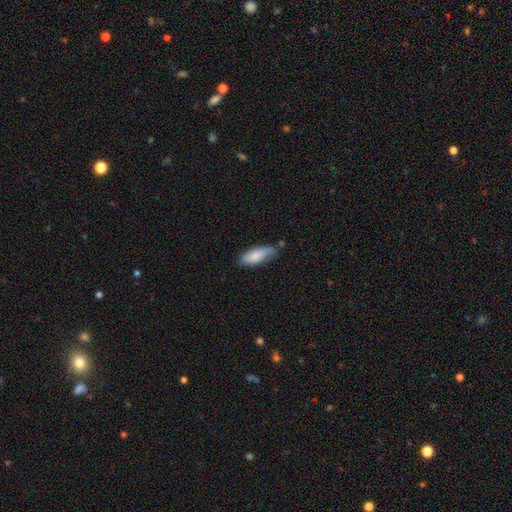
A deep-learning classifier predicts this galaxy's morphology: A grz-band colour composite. It shows a smooth galaxy with no disk features (78%) that is in between round and cigar-shaped (69%). Merging: none (52%).